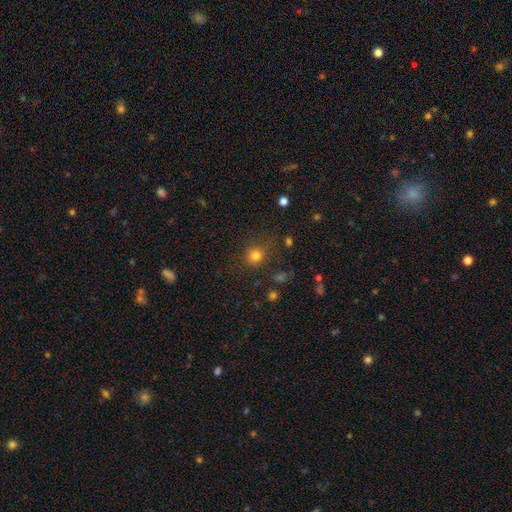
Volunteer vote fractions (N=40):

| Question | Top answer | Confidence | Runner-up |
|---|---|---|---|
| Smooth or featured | smooth | 88% | star or artifact (10%) |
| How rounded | round | 86% | in between (14%) |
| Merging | none | 81% | minor disturbance (14%) |